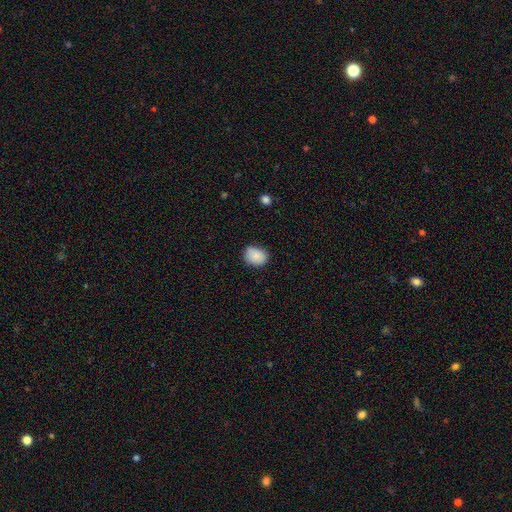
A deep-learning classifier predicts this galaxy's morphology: This appears to be a smooth galaxy with no disk features (88%) that is in between round and cigar-shaped (56%). Merging: none (78%).